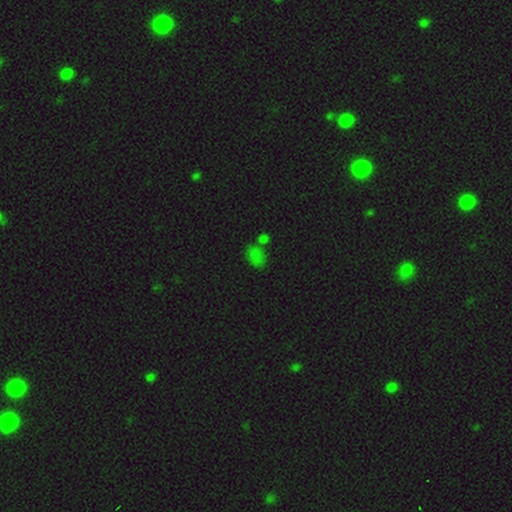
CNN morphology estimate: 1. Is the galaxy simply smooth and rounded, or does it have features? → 62% smooth, 31% star or artifact, 7% featured or disk.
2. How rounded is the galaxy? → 65% in between, 32% round, 3% cigar-shaped.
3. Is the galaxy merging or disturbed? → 57% none, 21% merger, 15% minor disturbance, 7% major disturbance.